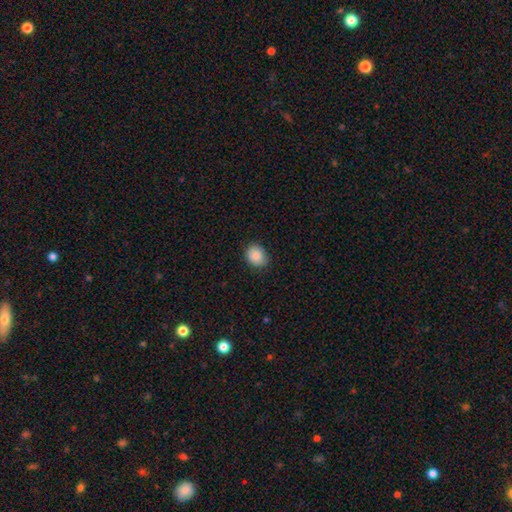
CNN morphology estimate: smooth 88%, star or artifact 8%, featured or disk 4%. Down the decision tree: how rounded — round (50%); merging — none (81%).